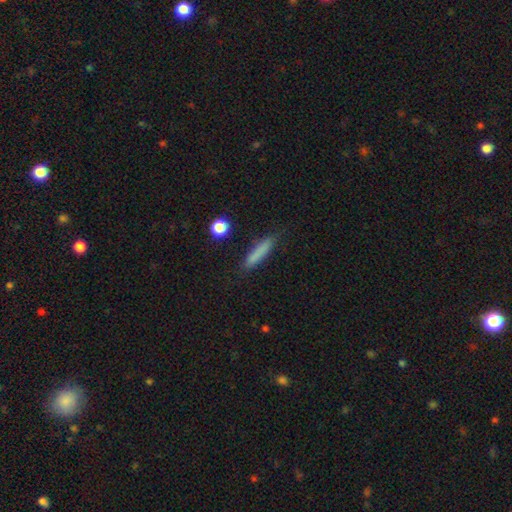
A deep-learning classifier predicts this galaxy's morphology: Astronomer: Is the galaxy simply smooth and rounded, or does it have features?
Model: smooth — 80%.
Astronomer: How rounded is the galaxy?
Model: cigar-shaped — 89%.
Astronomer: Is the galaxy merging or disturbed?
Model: none — 86%.